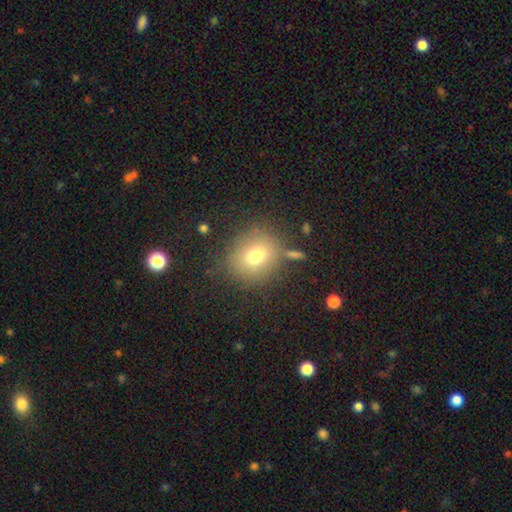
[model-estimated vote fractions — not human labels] A smooth galaxy with no disk features (73%) that is round (75%). Merging: none (78%).